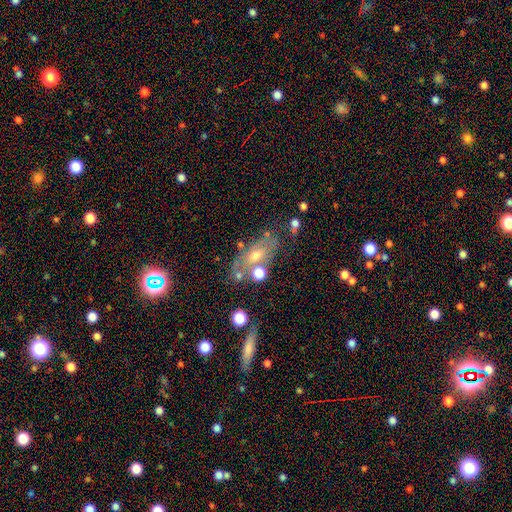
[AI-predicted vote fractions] Smooth or featured? Predicted: featured or disk (p=0.47). Merging? Predicted: none (p=0.57).